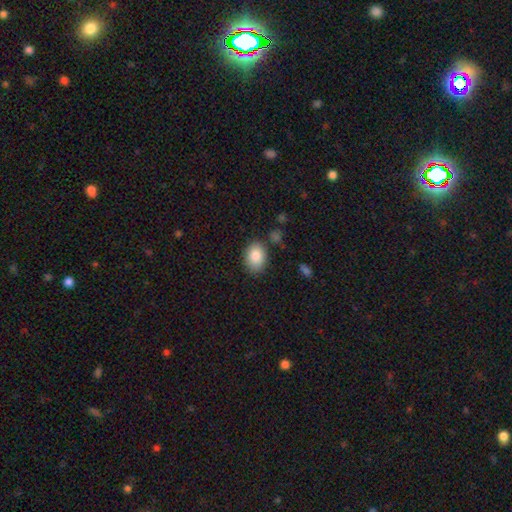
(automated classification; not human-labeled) A smooth galaxy with no disk features (85%) that is in between round and cigar-shaped (77%). Merging: none (81%).